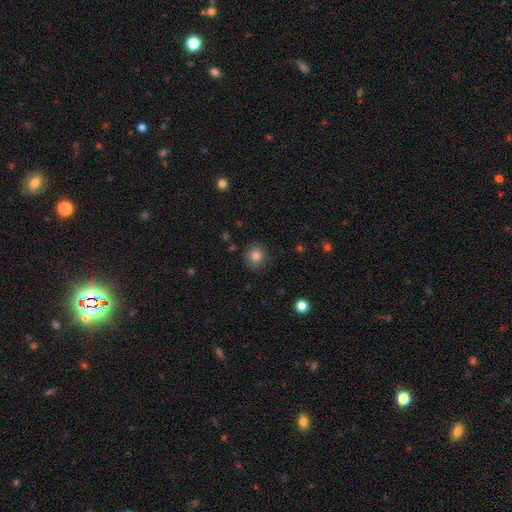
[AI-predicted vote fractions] This appears to be a smooth galaxy with no disk features (82%) that is round (90%). Merging: none (89%).